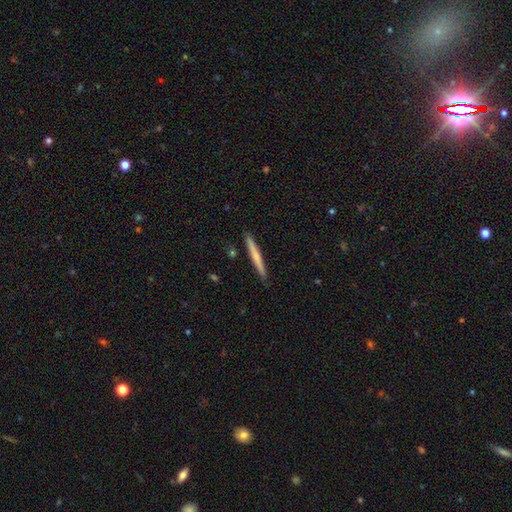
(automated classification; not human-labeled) A smooth galaxy with no disk features (61%) that is cigar-shaped (97%). Merging: none (91%).